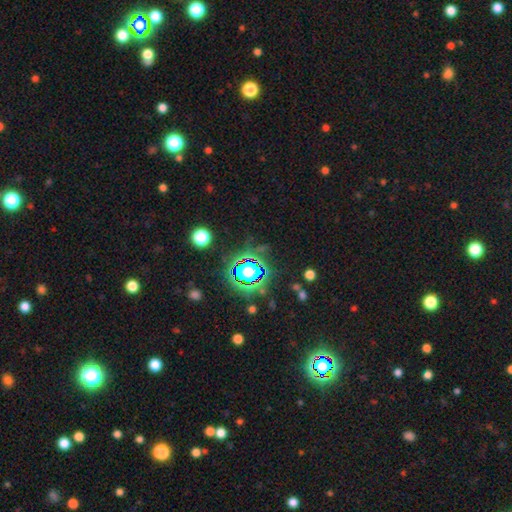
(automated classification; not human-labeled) smooth_or_featured: star or artifact (p=0.81) [alt: smooth p=0.12]